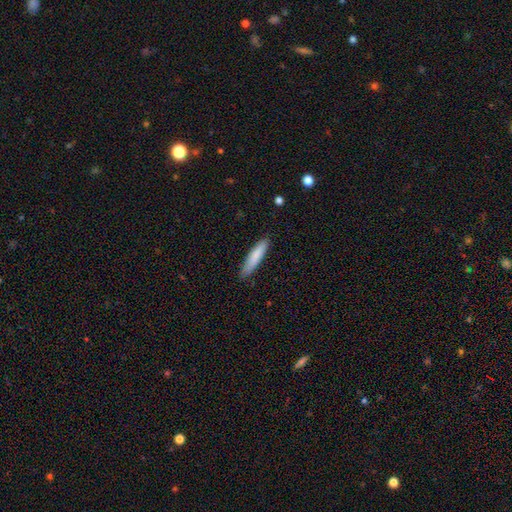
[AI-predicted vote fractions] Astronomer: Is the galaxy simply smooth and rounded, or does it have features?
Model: smooth — 82%.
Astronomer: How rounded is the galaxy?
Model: cigar-shaped — 84%.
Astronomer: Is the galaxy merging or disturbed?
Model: none — 85%.